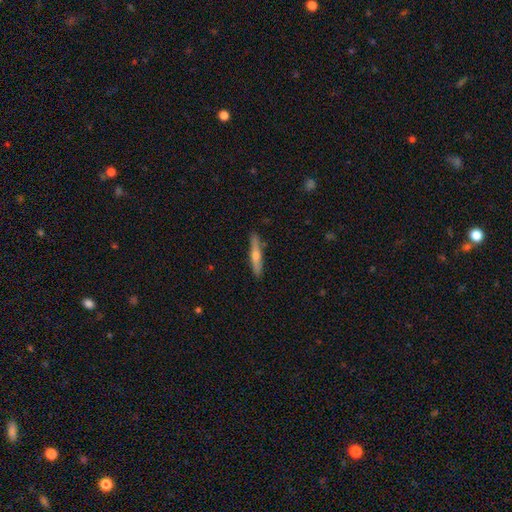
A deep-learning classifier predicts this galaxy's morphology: Smooth or featured?
  - featured or disk: 52% *
  - smooth: 42%
  - star or artifact: 6%
Edge-on disk?
  - yes: 94% *
  - no: 6%
Merging?
  - none: 88% *
  - minor disturbance: 9%
  - major disturbance: 2%
  - merger: 1%